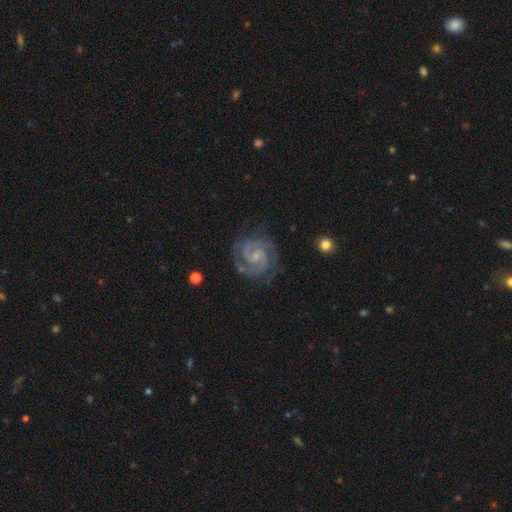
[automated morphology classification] This is clearly a featured or disk galaxy (91%). It is clearly not viewed edge-on (98%). Bar: possibly weak (51%). Spiral arm pattern: clearly yes (99%). Spiral arm count: clearly 2 (87%). Spiral winding: likely tight (60%). Central bulge: likely small (63%). Merging: clearly none (80%).